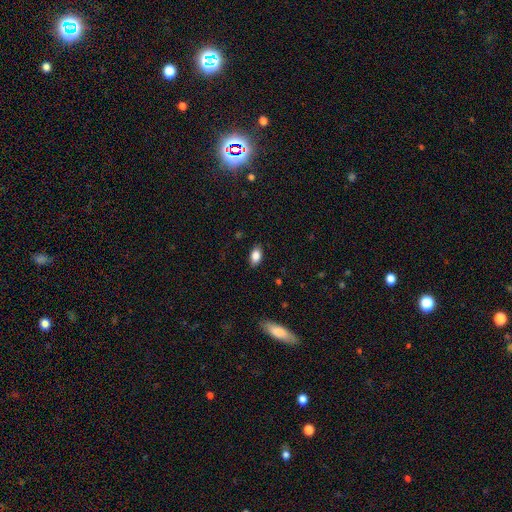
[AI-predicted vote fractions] The model was most divided on "merging": none: 85%, minor disturbance: 11%, major disturbance: 2%, merger: 1%. More confident: how rounded — in between (91%); smooth or featured — smooth (86%).